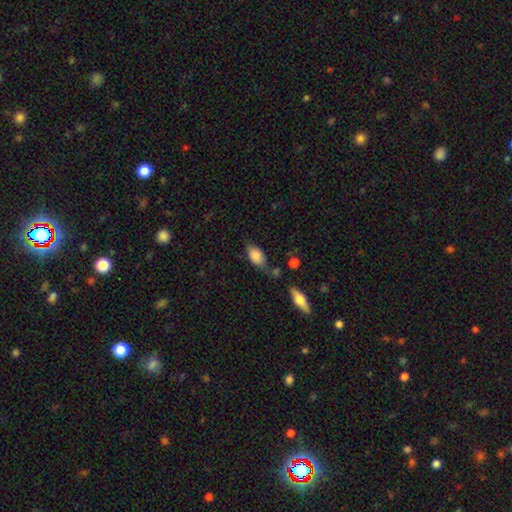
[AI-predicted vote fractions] The model was most divided on "merging": none: 55%, minor disturbance: 27%, merger: 10%, major disturbance: 8%. More confident: how rounded — in between (90%); smooth or featured — smooth (82%).